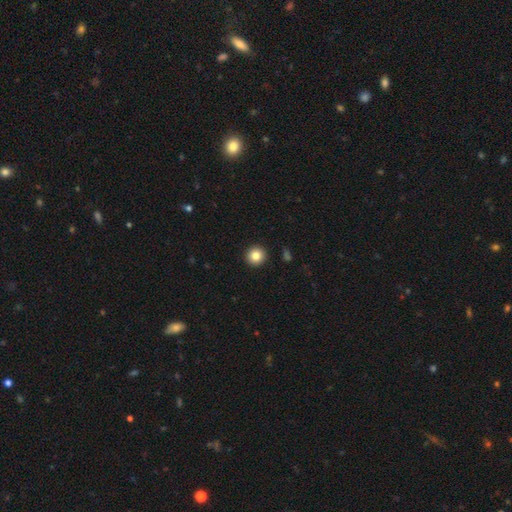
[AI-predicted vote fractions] This is clearly a smooth galaxy (84%). How rounded: clearly round (95%). Merging: clearly none (93%).